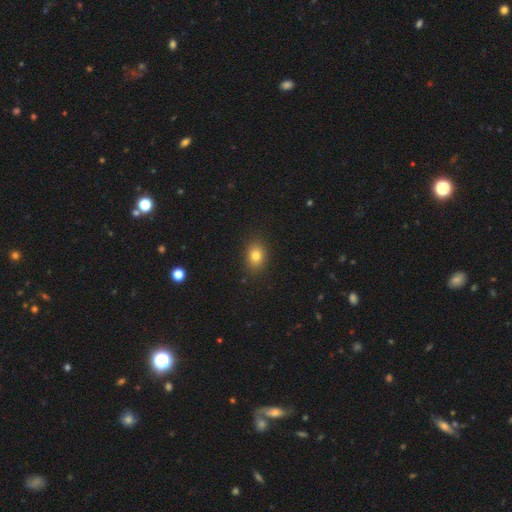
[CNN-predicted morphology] A smooth galaxy with no disk features (81%) that is in between round and cigar-shaped (64%).

Vote fractions:
- Smooth or featured? smooth: 81% / star or artifact: 11% / featured or disk: 8%
- How rounded? in between: 64% / round: 35% / cigar-shaped: 1%
- Merging? none: 87% / minor disturbance: 9% / major disturbance: 2% / merger: 1%